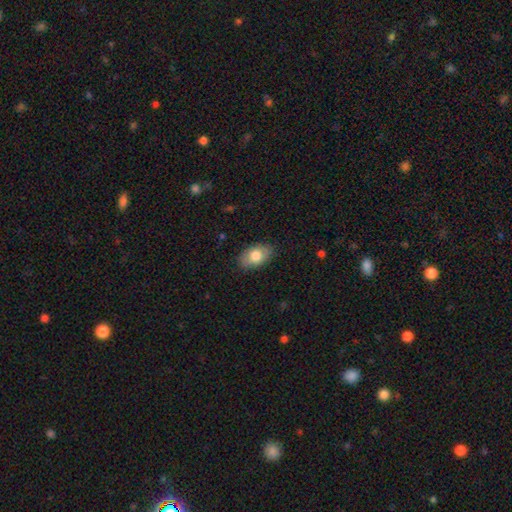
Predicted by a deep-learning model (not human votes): smooth-or-featured: smooth: 76% | featured or disk: 18% | star or artifact: 7%
  how-rounded: in between: 91% | round: 7% | cigar-shaped: 1%
  merging: none: 84% | minor disturbance: 12% | major disturbance: 3% | merger: 1%